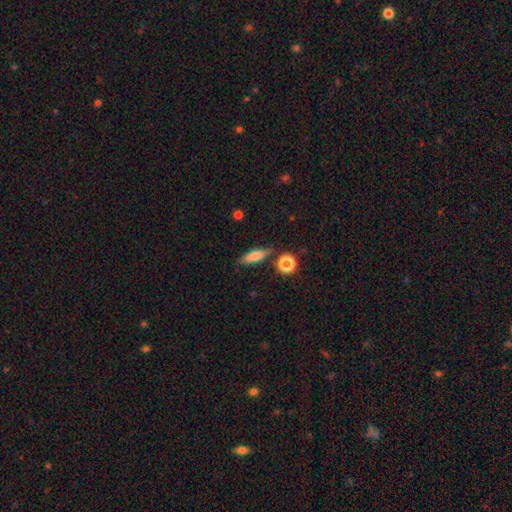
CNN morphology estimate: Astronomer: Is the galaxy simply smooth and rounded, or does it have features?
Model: smooth — 70%.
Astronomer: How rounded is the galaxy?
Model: cigar-shaped — 55% (runner-up: in between, 40%).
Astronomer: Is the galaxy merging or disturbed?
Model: none — 77%.